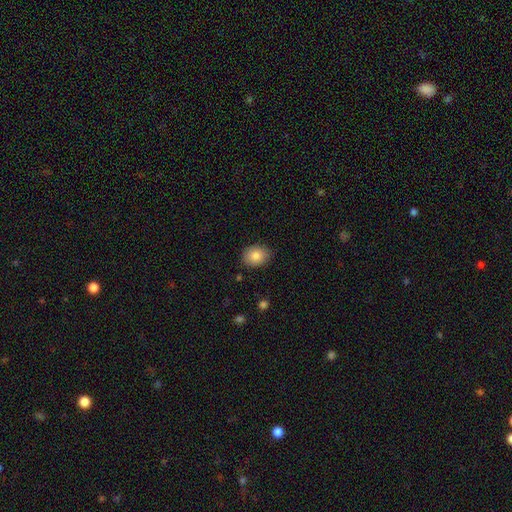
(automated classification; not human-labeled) smooth_or_featured: smooth (p=0.84) [alt: featured or disk p=0.08]
how_rounded: in between (p=0.54) [alt: round p=0.45]
merging: none (p=0.86) [alt: minor disturbance p=0.11]